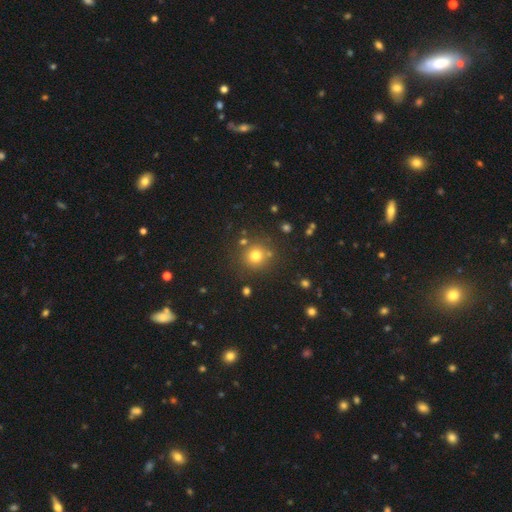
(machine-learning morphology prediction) Smooth or featured? Predicted: smooth (p=0.76). How rounded? Predicted: round (p=0.92). Merging? Predicted: none (p=0.81).